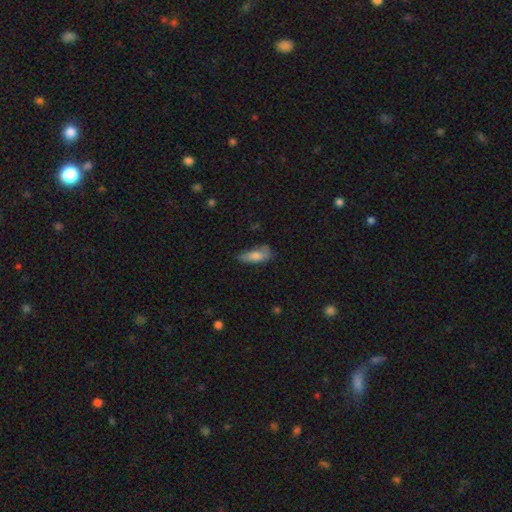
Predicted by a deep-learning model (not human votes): This is likely a smooth galaxy (77%). How rounded: likely in between (67%). Merging: possibly none (48%).